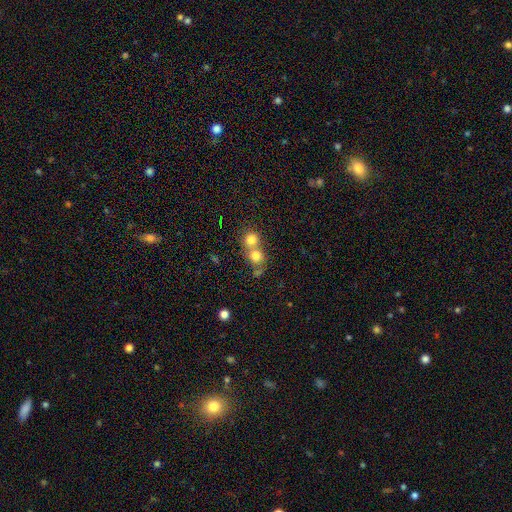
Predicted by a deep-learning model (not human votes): A smooth galaxy with no disk features (76%) that is round (83%). Merging: merger (55%).